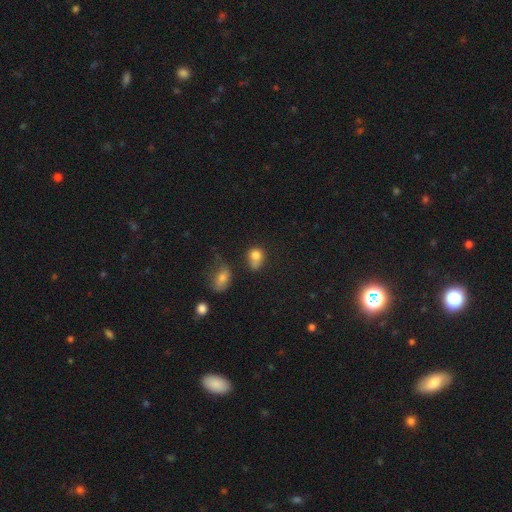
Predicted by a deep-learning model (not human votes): A smooth galaxy with no disk features (78%) that is round (50%). Merging: none (36%).